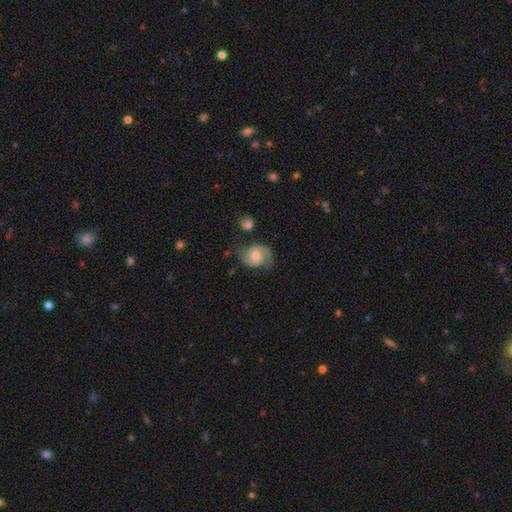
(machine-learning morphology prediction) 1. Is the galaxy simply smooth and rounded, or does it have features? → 78% featured or disk, 15% smooth, 6% star or artifact.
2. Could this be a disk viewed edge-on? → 98% no, 2% yes.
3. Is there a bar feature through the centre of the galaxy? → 66% no, 29% weak, 5% strong.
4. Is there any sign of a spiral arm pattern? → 96% yes, 4% no.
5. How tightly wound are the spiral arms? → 50% medium, 29% tight, 22% loose.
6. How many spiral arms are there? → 86% 2, 6% 1, 5% can't tell, 1% 3, 1% 4, 1% more than 4.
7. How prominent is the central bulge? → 51% moderate, 39% small, 5% large, 4% none, 1% dominant.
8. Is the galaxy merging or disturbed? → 66% none, 20% minor disturbance, 10% major disturbance, 4% merger.